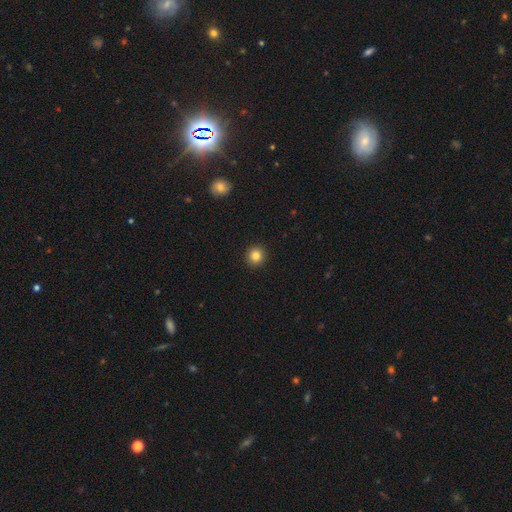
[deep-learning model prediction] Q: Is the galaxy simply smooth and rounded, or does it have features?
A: smooth — 84%.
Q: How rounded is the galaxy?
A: round — 94%.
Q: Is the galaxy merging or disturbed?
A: none — 93%.